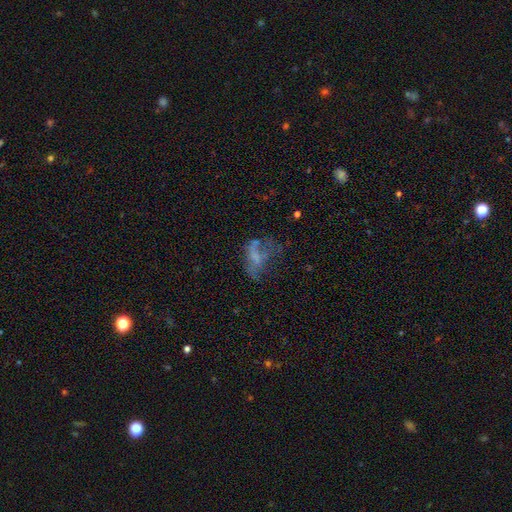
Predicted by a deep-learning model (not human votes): A featured or disk galaxy (46%).

Vote fractions:
- Smooth or featured? featured or disk: 46% / smooth: 35% / star or artifact: 20%
- Merging? major disturbance: 43% / none: 30% / minor disturbance: 18% / merger: 9%